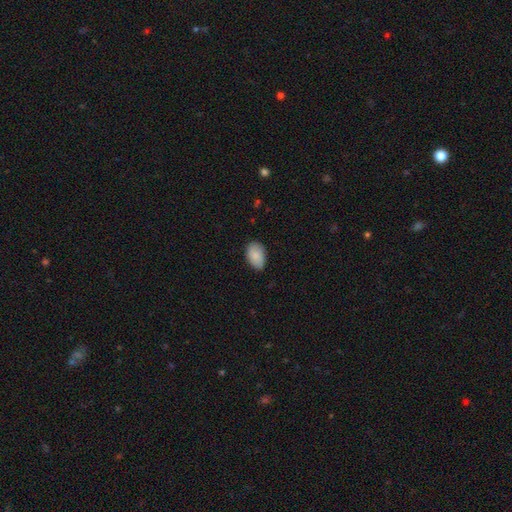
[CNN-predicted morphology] This appears to be a smooth galaxy with no disk features (87%) that is in between round and cigar-shaped (90%). Merging: none (76%).